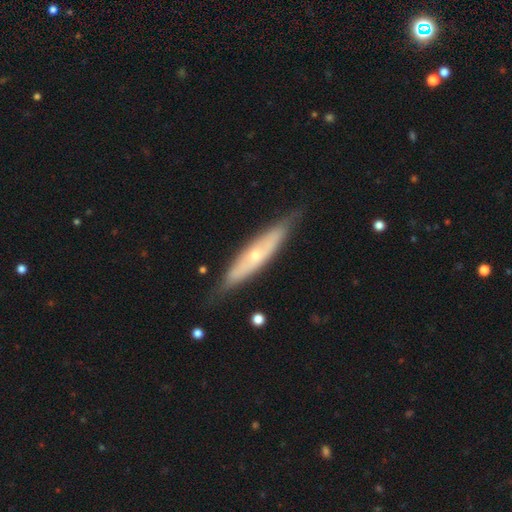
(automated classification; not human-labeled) This is likely a featured or disk galaxy (61%). It is likely viewed edge-on (65%). Merging: likely none (79%).